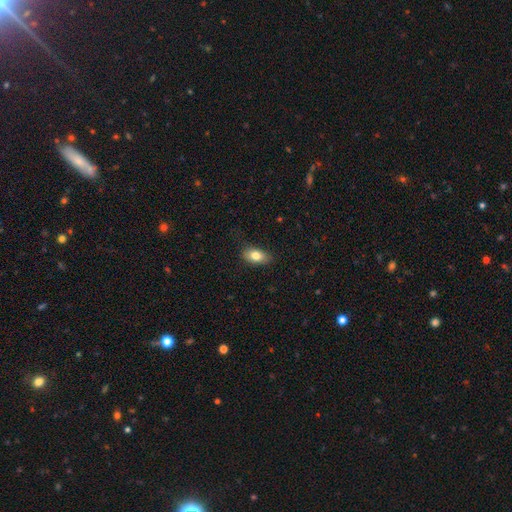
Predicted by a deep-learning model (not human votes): This is likely a smooth galaxy (80%). How rounded: clearly in between (87%). Merging: likely none (79%).